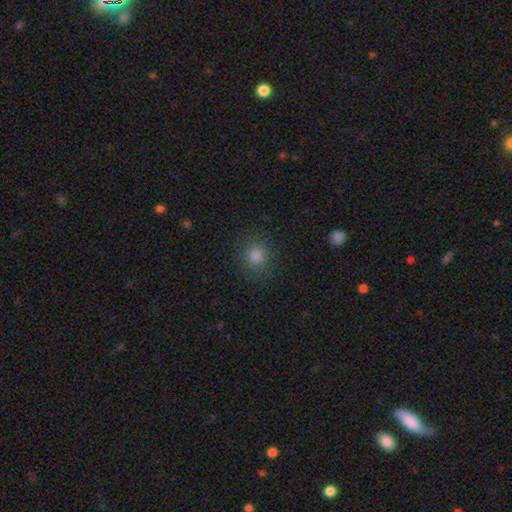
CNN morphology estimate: Smooth or featured? smooth (81%)
How rounded? round (84%)
Merging? none (88%)